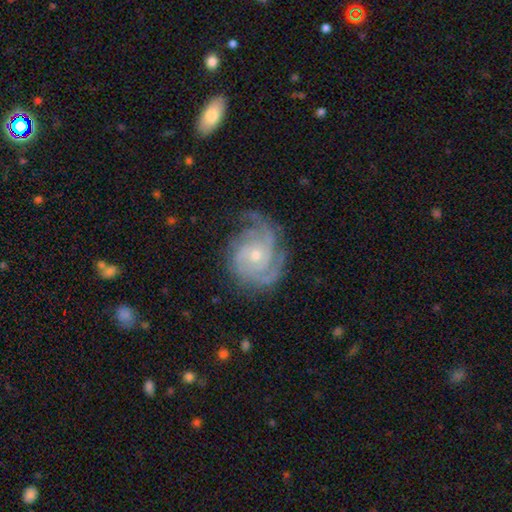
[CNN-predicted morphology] This is clearly a featured or disk galaxy (89%). It is clearly not viewed edge-on (98%). Bar: likely no (74%). Spiral arm pattern: clearly yes (98%). Spiral arm count: marginally 3 (40%). Spiral winding: likely tight (60%). Central bulge: possibly small (58%). Merging: likely none (69%).